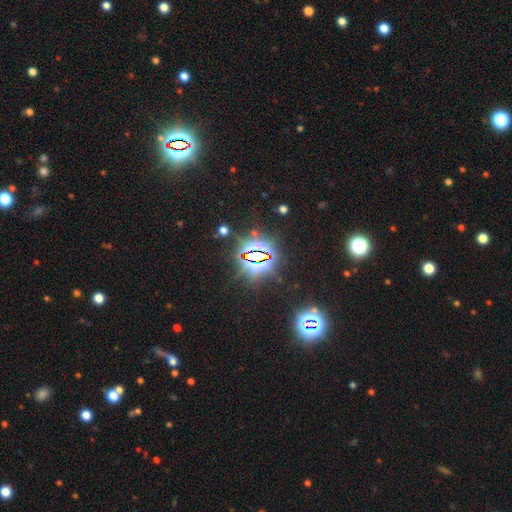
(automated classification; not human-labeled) This appears to be a star or artifact, not a galaxy (83%).